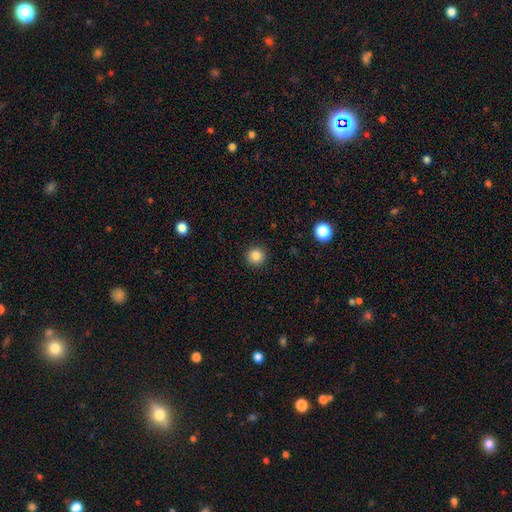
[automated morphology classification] A smooth galaxy with no disk features (85%) that is round (94%). Merging: none (92%).